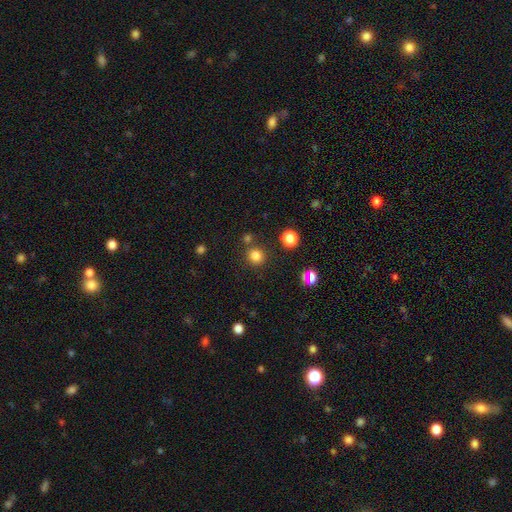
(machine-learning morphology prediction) Overall: smooth (79%). How rounded: round (92%). Merging: none (81%).